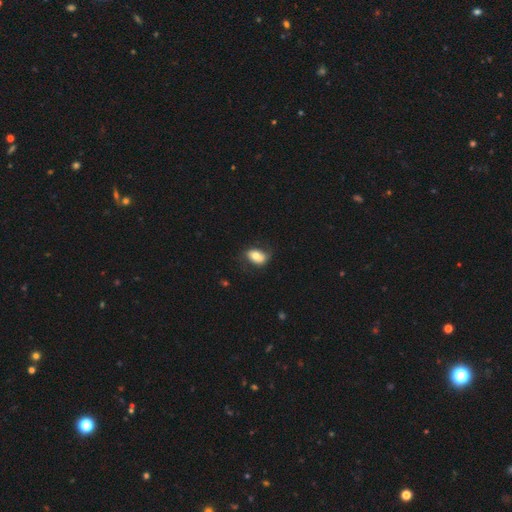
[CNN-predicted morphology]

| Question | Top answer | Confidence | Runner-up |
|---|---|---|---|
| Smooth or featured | smooth | 71% | featured or disk (22%) |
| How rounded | in between | 87% | round (12%) |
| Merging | none | 68% | minor disturbance (22%) |